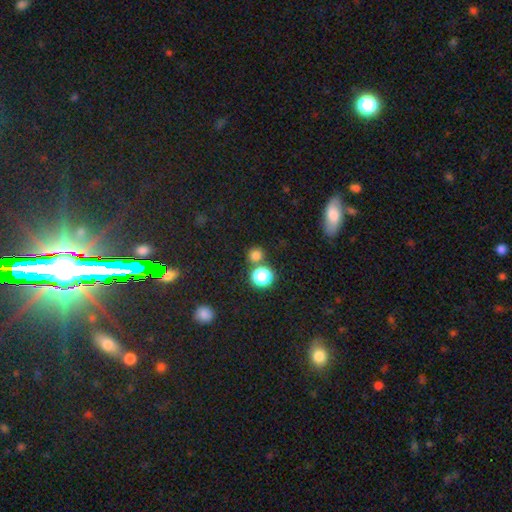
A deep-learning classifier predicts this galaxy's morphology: The model was most divided on "smooth or featured": smooth: 74%, star or artifact: 21%, featured or disk: 5%. More confident: how rounded — round (89%); merging — none (74%).